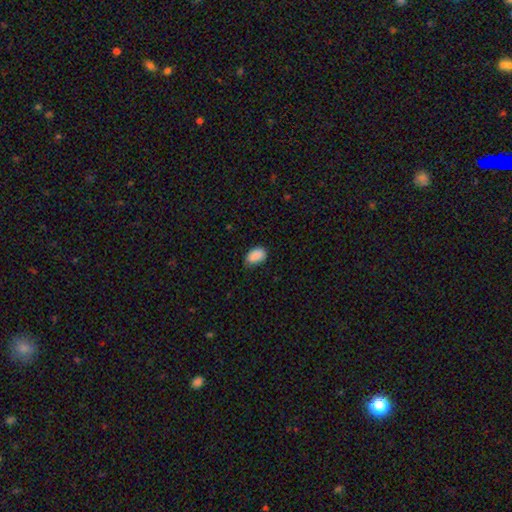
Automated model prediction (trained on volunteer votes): A smooth galaxy with no disk features (89%) that is in between round and cigar-shaped (91%). Merging: none (70%).